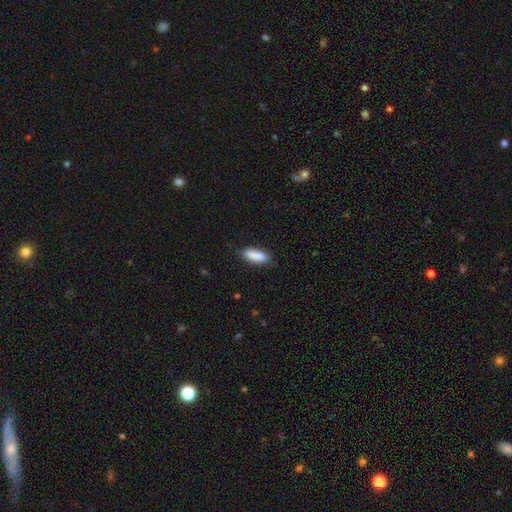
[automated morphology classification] type=smooth (87%); roundness=in between (66%); merging=none (78%).